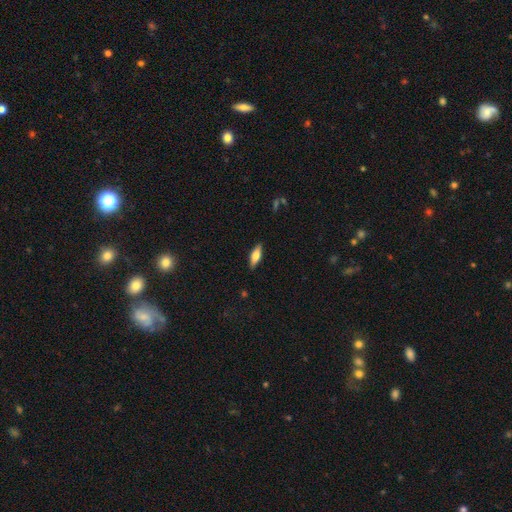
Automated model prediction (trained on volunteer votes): This is likely a smooth galaxy (62%). How rounded: possibly in between (55%). Merging: clearly none (88%).